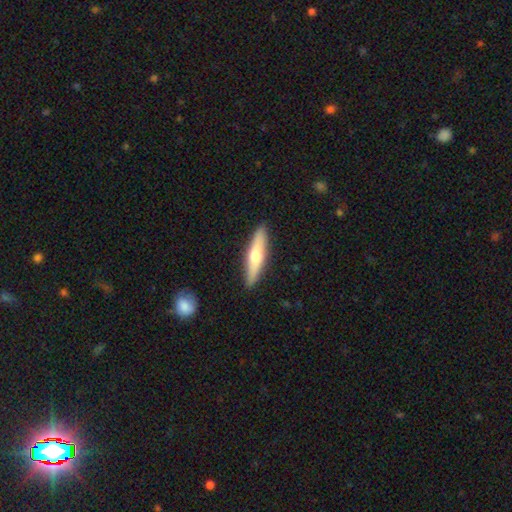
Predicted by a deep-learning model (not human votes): smooth-or-featured: smooth: 51% | featured or disk: 44% | star or artifact: 5%
  how-rounded: cigar-shaped: 83% | in between: 15% | round: 2%
  merging: none: 90% | minor disturbance: 7% | major disturbance: 2% | merger: 1%